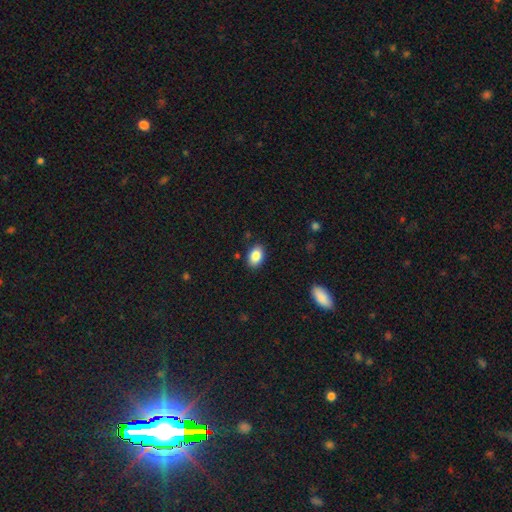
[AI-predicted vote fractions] This appears to be a smooth galaxy with no disk features (86%) that is in between round and cigar-shaped (84%). Merging: none (88%).